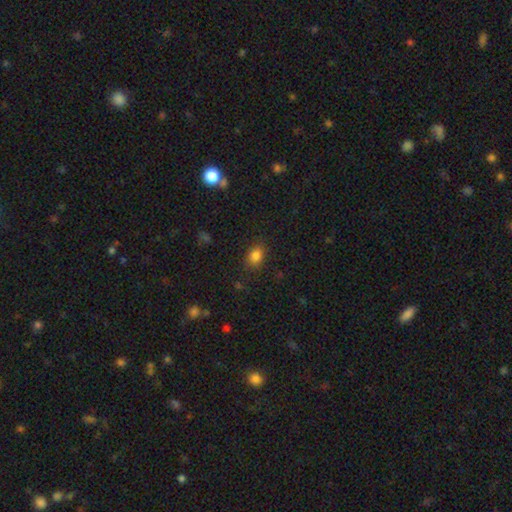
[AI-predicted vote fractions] This appears to be a smooth galaxy with no disk features (83%) that is in between round and cigar-shaped (58%). Merging: none (82%).